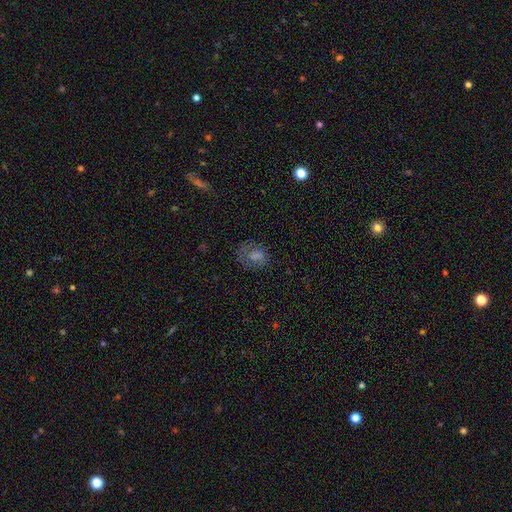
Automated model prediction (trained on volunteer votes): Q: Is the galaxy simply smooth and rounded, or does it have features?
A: smooth — 51%.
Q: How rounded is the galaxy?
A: in between — 52%.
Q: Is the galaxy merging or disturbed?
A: none — 63%.